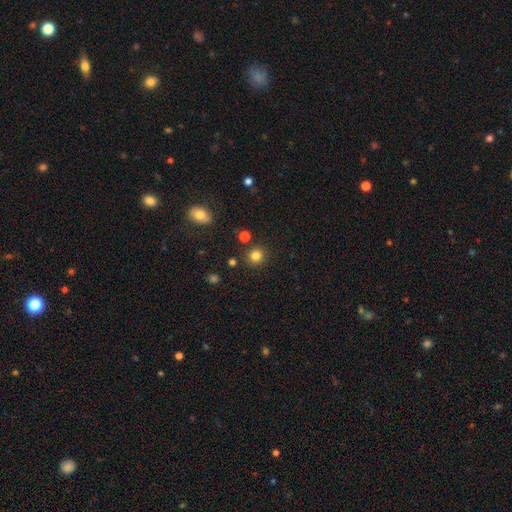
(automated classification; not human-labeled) The model was most divided on "smooth or featured": smooth: 82%, star or artifact: 13%, featured or disk: 6%. More confident: how rounded — round (91%); merging — none (88%).